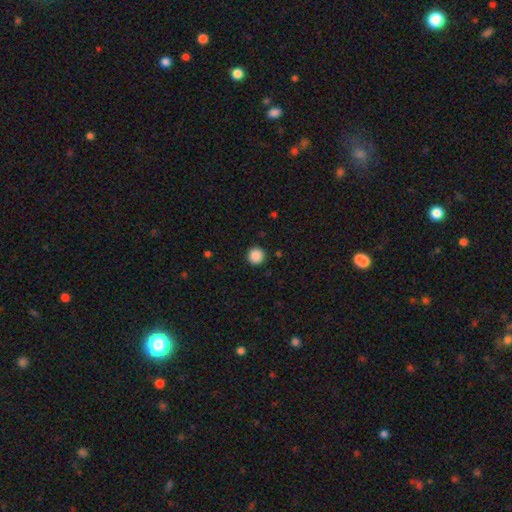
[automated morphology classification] A smooth galaxy with no disk features (88%) that is round (95%). Merging: none (92%).